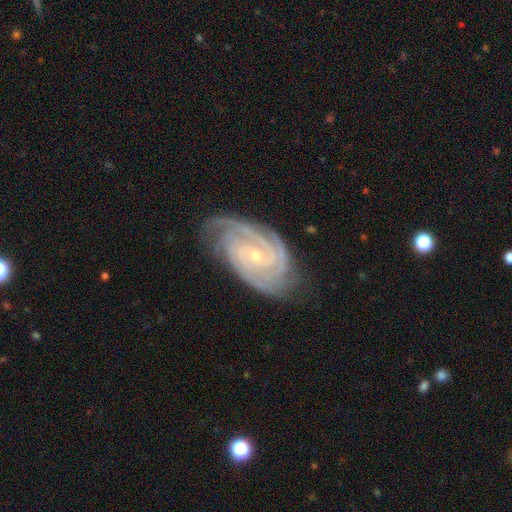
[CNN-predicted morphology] A featured or disk galaxy (91%) with no bar (64%), 3 (32%) tight (78%) spiral arms (99%) and a small central bulge (75%). Merging: none (76%).